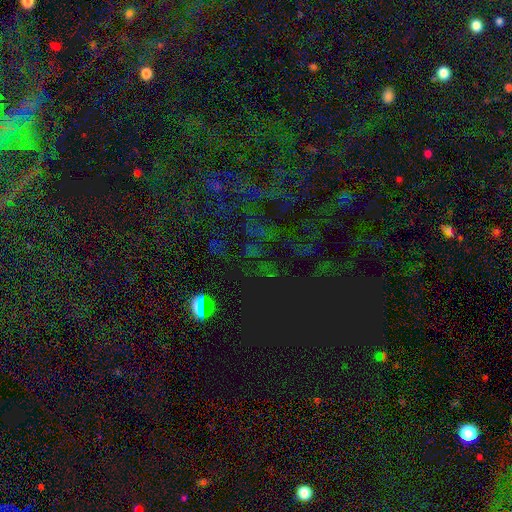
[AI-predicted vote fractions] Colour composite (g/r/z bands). It shows a star or artifact, not a galaxy (74%).